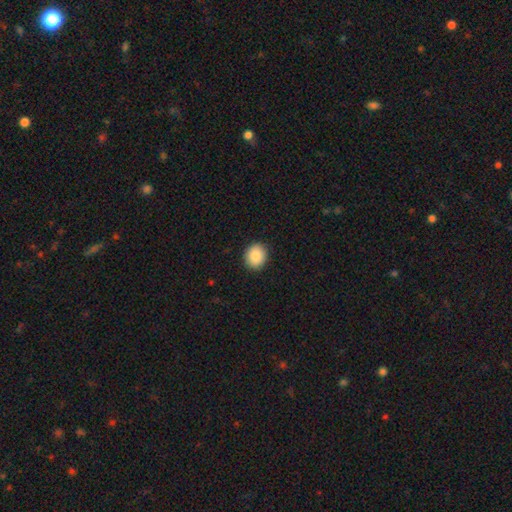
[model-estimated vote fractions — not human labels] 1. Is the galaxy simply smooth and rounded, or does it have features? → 88% smooth, 8% star or artifact, 4% featured or disk.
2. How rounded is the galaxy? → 75% round, 24% in between, 1% cigar-shaped.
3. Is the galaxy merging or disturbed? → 90% none, 7% minor disturbance, 2% major disturbance, 1% merger.